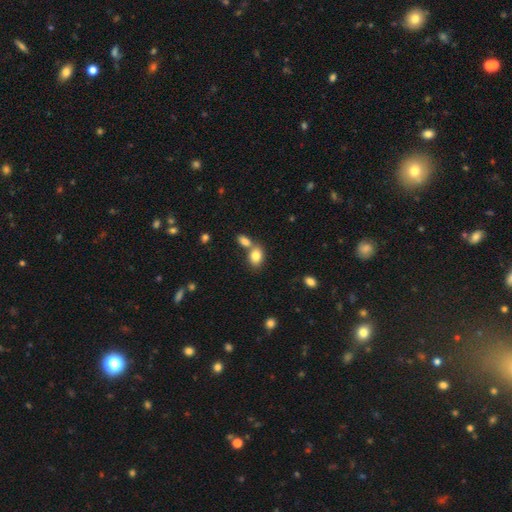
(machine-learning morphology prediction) Smooth or featured?
  - smooth: 83% *
  - star or artifact: 9%
  - featured or disk: 8%
How rounded?
  - in between: 77% *
  - round: 21%
  - cigar-shaped: 1%
Merging?
  - none: 46% *
  - merger: 41%
  - minor disturbance: 10%
  - major disturbance: 3%